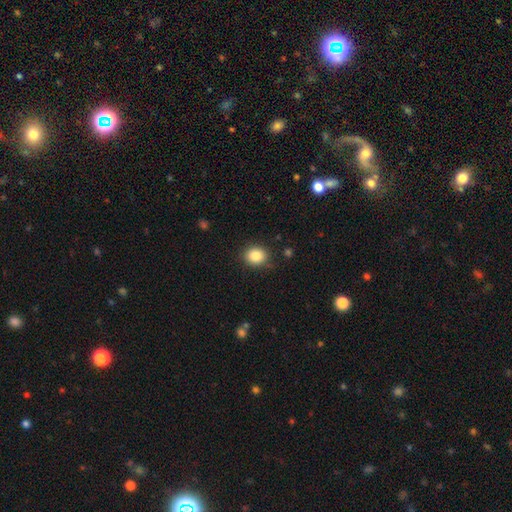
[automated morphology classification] smooth-or-featured: smooth: 85% | star or artifact: 10% | featured or disk: 6%
  how-rounded: round: 69% | in between: 30% | cigar-shaped: 1%
  merging: none: 85% | minor disturbance: 11% | major disturbance: 3% | merger: 1%